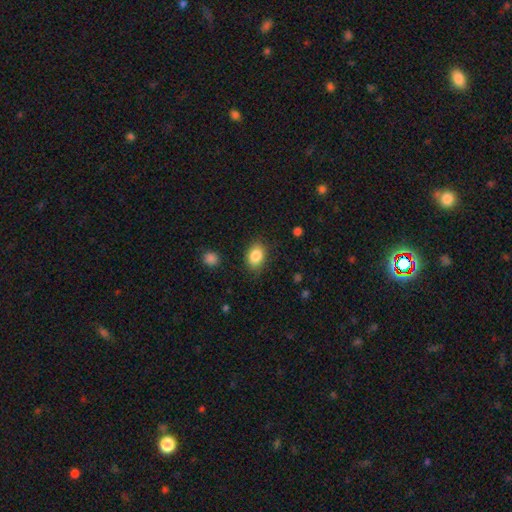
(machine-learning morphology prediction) Smooth or featured: smooth — 85% (star or artifact — 8%)
How rounded: in between — 74% (round — 25%)
Merging: none — 84% (minor disturbance — 12%)